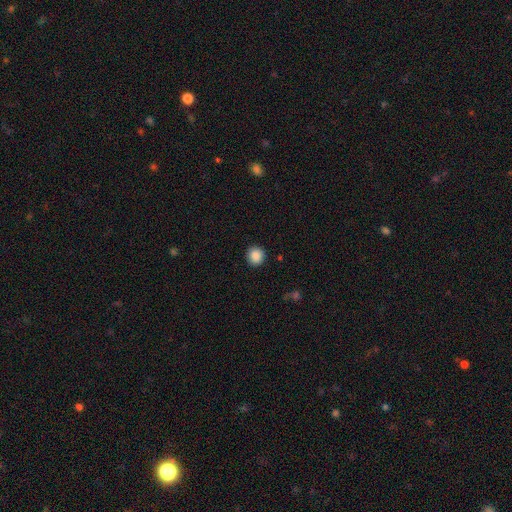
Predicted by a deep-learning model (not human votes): This is clearly a smooth galaxy (88%). How rounded: clearly round (90%). Merging: clearly none (90%).